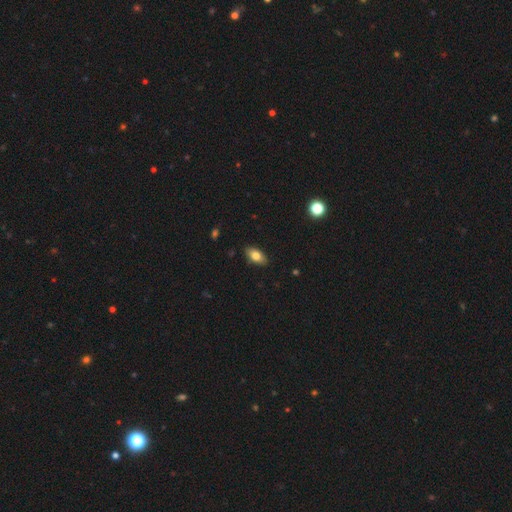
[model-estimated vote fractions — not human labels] This is likely a smooth galaxy (79%). How rounded: clearly in between (90%). Merging: clearly none (88%).